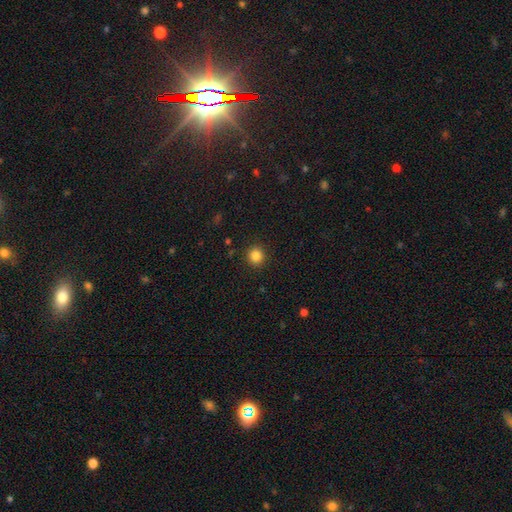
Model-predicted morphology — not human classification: smooth 85%, star or artifact 11%, featured or disk 4%. Down the decision tree: how rounded — round (92%); merging — none (92%).